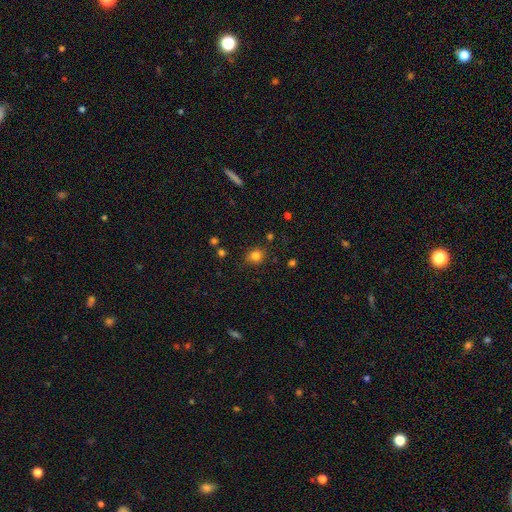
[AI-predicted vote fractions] Smooth or featured? Predicted: smooth (p=0.81). How rounded? Predicted: round (p=0.79). Merging? Predicted: none (p=0.82).